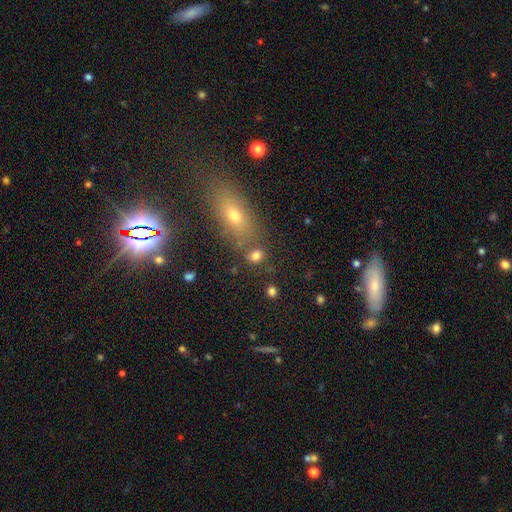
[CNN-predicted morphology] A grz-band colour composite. It shows a smooth galaxy with no disk features (71%) that is round (58%). Merging: none (70%).